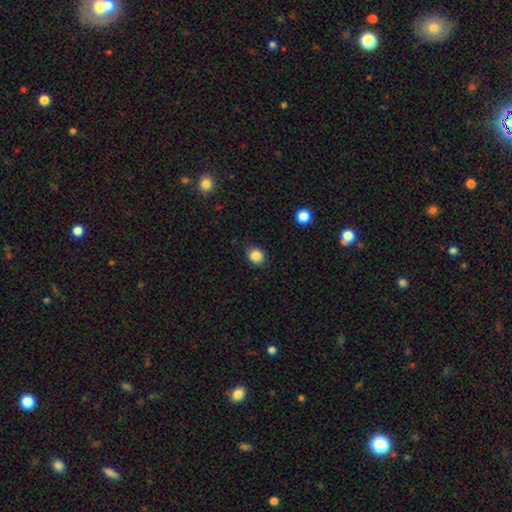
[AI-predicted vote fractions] A smooth galaxy with no disk features (86%) that is round (67%).

Vote fractions:
- Smooth or featured? smooth: 86% / star or artifact: 10% / featured or disk: 4%
- How rounded? round: 67% / in between: 32% / cigar-shaped: 1%
- Merging? none: 85% / minor disturbance: 12% / major disturbance: 3% / merger: 1%